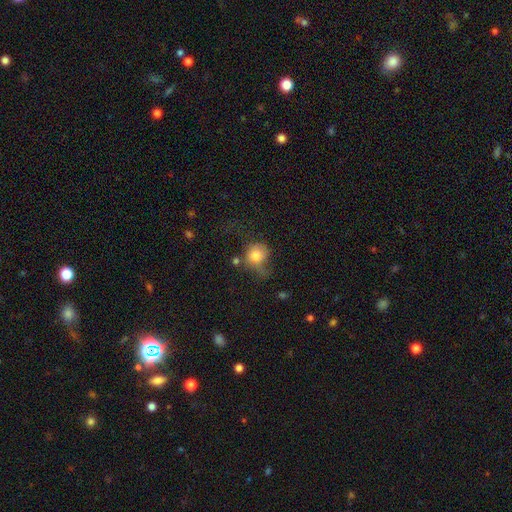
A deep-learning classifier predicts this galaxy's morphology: Q: Smooth or featured?
A: smooth (74%); runner-up: featured or disk (16%)
Q: How rounded?
A: round (74%); runner-up: in between (25%)
Q: Merging?
A: none (33%); runner-up: major disturbance (32%)